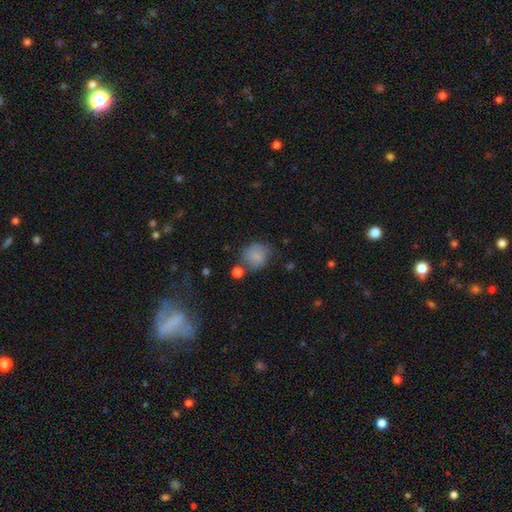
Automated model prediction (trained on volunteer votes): The model was most divided on "merging": none: 57%, minor disturbance: 24%, merger: 10%, major disturbance: 9%. More confident: smooth or featured — smooth (77%); how rounded — round (71%).